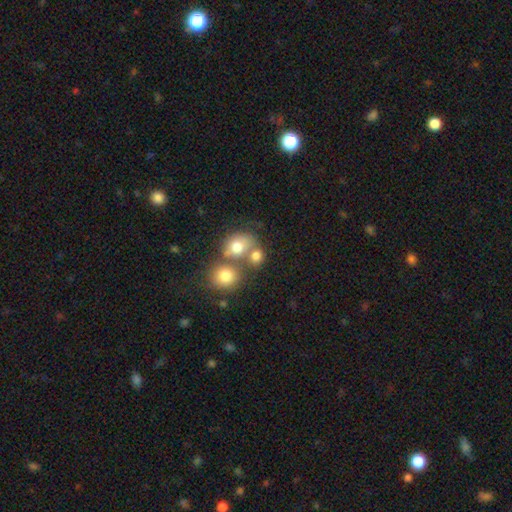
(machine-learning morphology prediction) A smooth galaxy with no disk features (75%) that is round (61%).

Vote fractions:
- Smooth or featured? smooth: 75% / featured or disk: 13% / star or artifact: 12%
- How rounded? round: 61% / in between: 37% / cigar-shaped: 1%
- Merging? none: 43% / merger: 41% / minor disturbance: 10% / major disturbance: 6%